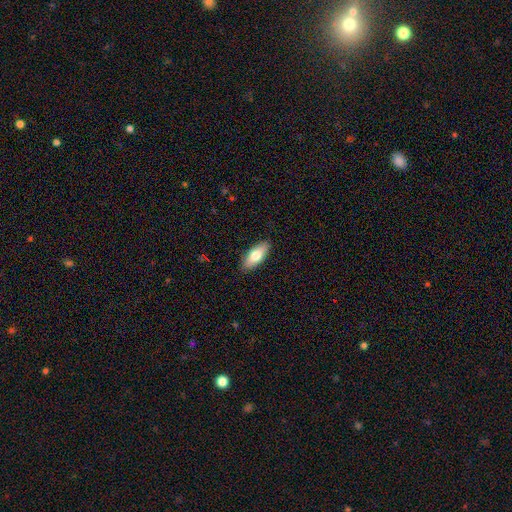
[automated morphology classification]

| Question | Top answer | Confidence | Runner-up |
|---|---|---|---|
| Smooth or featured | smooth | 75% | featured or disk (19%) |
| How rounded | in between | 80% | cigar-shaped (18%) |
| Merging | none | 89% | minor disturbance (8%) |